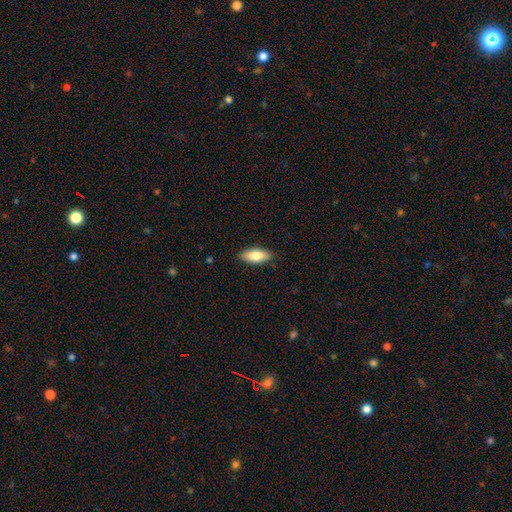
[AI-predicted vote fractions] Morphology: type=smooth (81%); roundness=in between (82%); merging=none (87%).